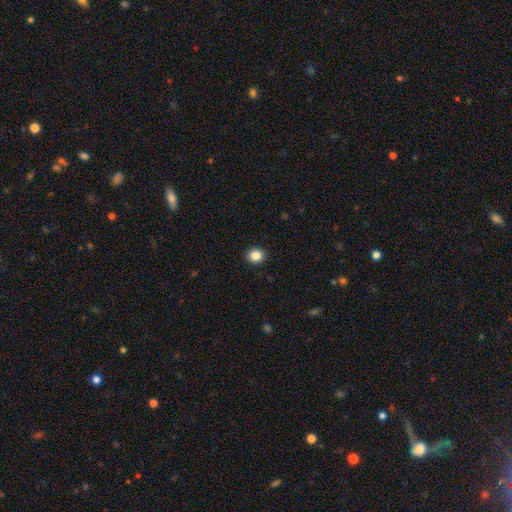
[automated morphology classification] type=smooth (86%); roundness=round (75%); merging=none (92%).